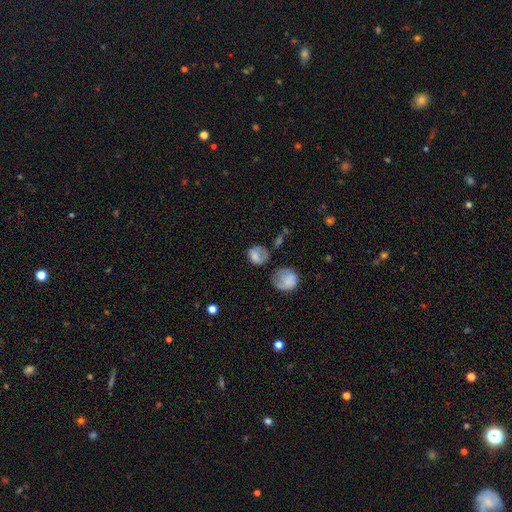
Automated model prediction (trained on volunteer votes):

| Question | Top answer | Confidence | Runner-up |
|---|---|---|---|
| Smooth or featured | smooth | 69% | featured or disk (21%) |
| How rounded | in between | 51% | round (47%) |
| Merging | none | 34% | major disturbance (29%) |